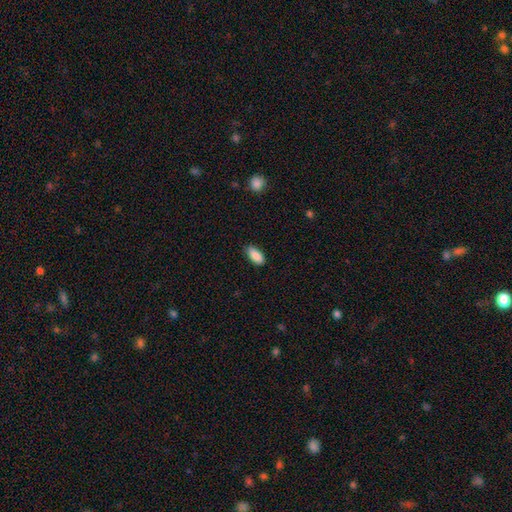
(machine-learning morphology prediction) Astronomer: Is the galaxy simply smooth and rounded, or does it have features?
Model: smooth — 89%.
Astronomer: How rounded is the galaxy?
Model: in between — 88%.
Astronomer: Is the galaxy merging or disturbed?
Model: none — 82%.